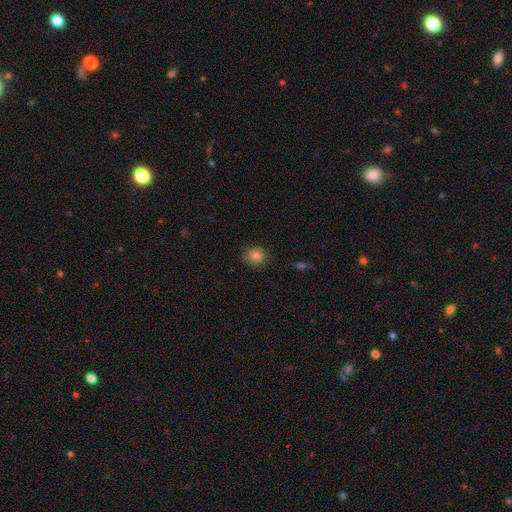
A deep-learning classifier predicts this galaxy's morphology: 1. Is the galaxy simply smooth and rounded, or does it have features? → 82% smooth, 11% star or artifact, 6% featured or disk.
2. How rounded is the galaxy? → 87% round, 12% in between, 1% cigar-shaped.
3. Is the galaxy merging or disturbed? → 85% none, 12% minor disturbance, 3% major disturbance, 1% merger.